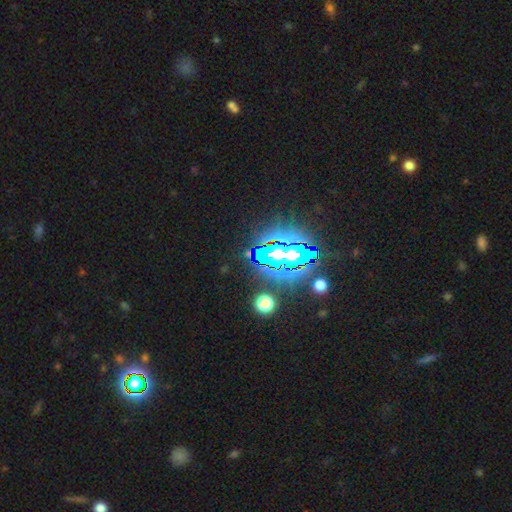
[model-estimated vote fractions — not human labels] Morphology: type=star or artifact (69%).